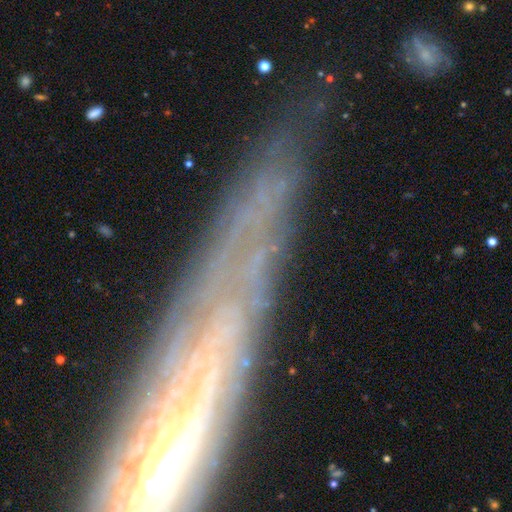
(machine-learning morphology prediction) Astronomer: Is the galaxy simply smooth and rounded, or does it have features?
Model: featured or disk — 57%.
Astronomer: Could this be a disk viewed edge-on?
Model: no — 56% (runner-up: yes, 44%).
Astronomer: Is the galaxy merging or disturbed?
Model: none — 76%.